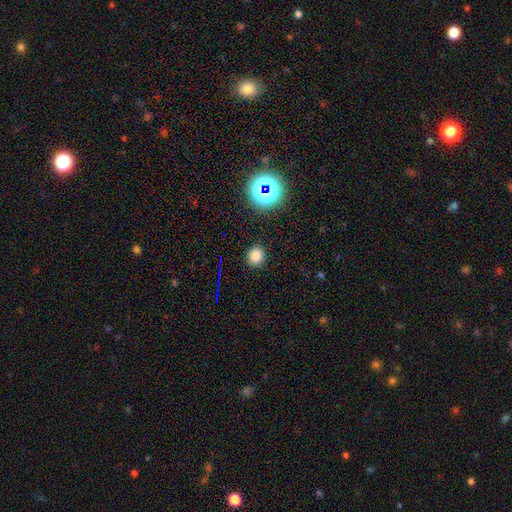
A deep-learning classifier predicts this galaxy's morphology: The model was most divided on "how rounded": round: 73%, in between: 26%, cigar-shaped: 1%. More confident: merging — none (88%); smooth or featured — smooth (77%).